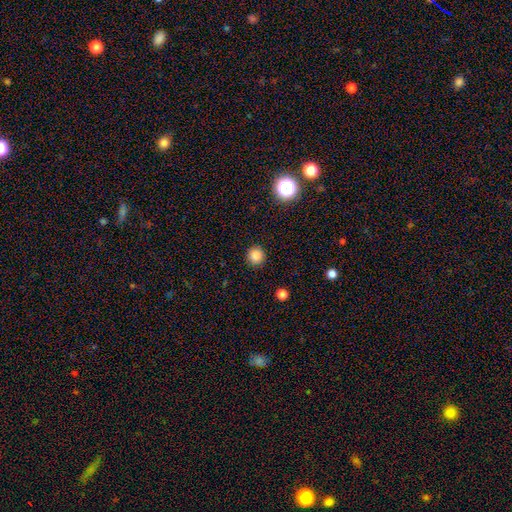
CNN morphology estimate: The model was most divided on "smooth or featured": smooth: 84%, star or artifact: 12%, featured or disk: 3%. More confident: how rounded — round (94%); merging — none (91%).